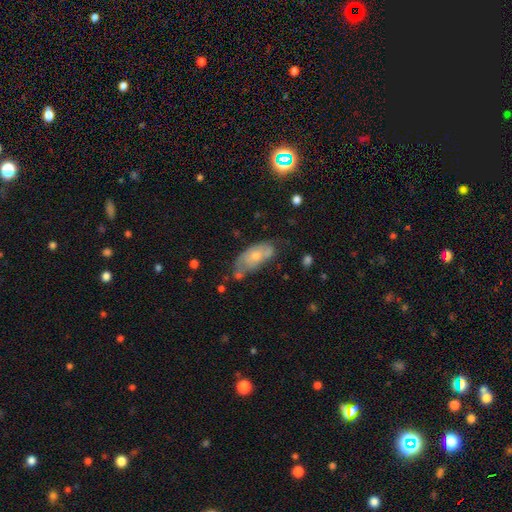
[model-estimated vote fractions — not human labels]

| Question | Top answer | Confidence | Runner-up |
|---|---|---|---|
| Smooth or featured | smooth | 57% | featured or disk (35%) |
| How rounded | in between | 87% | cigar-shaped (9%) |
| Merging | none | 39% | minor disturbance (34%) |